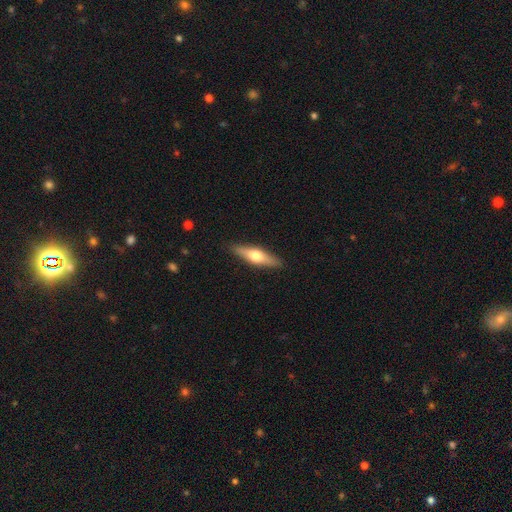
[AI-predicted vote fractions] featured or disk 50%, smooth 44%, star or artifact 6%. Down the decision tree: merging — none (89%).